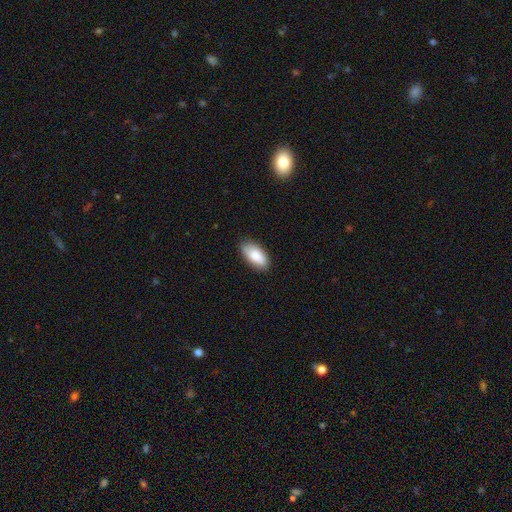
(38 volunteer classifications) A smooth galaxy with no disk features (97%) that is in between round and cigar-shaped (89%).

Vote fractions:
- Smooth or featured? smooth: 97% / featured or disk: 3% / star or artifact: 0%
- How rounded? in between: 89% / cigar-shaped: 11% / round: 0%
- Merging? none: 87% / minor disturbance: 5% / major disturbance: 5% / merger: 3%